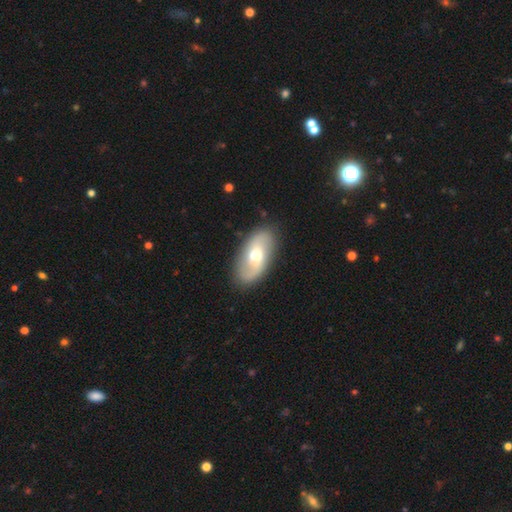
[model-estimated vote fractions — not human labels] featured or disk 57%, smooth 37%, star or artifact 6%. Down the decision tree: edge-on disk — no (92%); bar — no (55%); spiral arms — yes (69%); bulge size — moderate (72%); merging — none (85%).